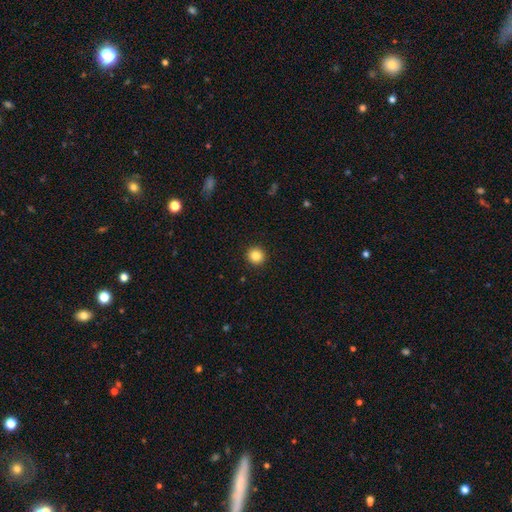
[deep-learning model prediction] Smooth or featured? smooth (86%)
How rounded? round (94%)
Merging? none (93%)